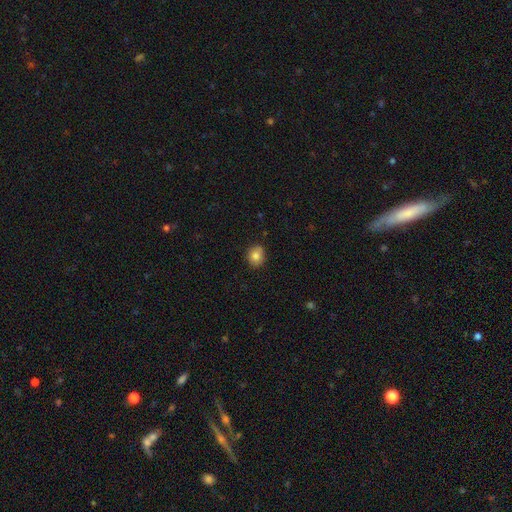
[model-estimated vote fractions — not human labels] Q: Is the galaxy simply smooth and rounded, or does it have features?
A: smooth — 81%.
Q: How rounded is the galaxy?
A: round — 77%.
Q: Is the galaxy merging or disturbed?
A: none — 84%.